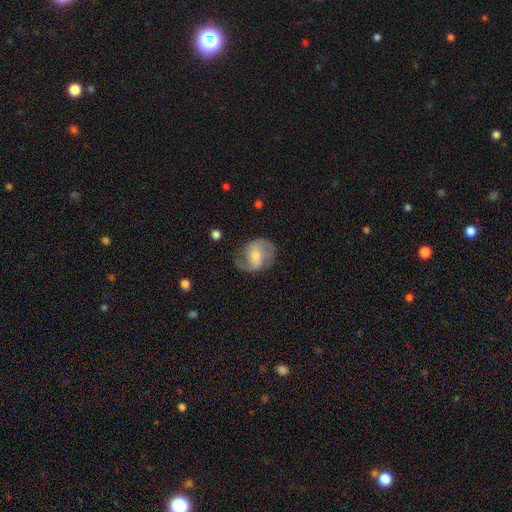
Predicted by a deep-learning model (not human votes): featured or disk 72%, smooth 22%, star or artifact 7%. Down the decision tree: edge-on disk — no (97%); bar — weak (45%); spiral arms — yes (91%); spiral arm count — 2 (82%); spiral winding — medium (46%); bulge size — small (46%); merging — none (67%).